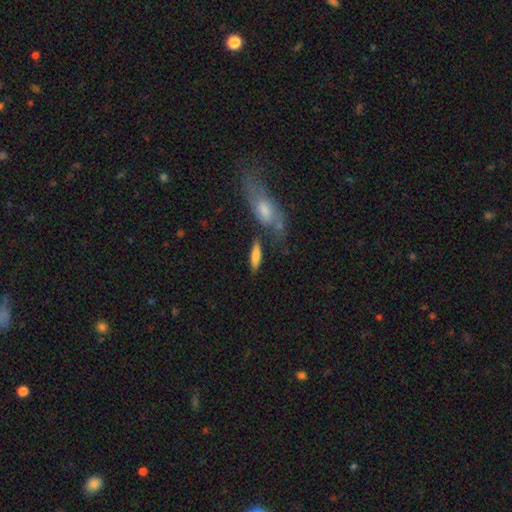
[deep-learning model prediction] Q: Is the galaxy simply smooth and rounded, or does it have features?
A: smooth — 76%.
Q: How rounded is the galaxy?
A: in between — 49%, tied with cigar-shaped.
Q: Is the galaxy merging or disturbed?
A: none — 61%.